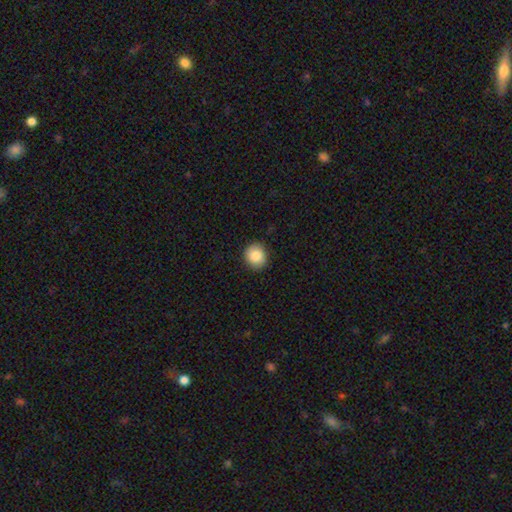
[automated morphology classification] Overall: smooth (87%). How rounded: round (81%). Merging: none (88%).